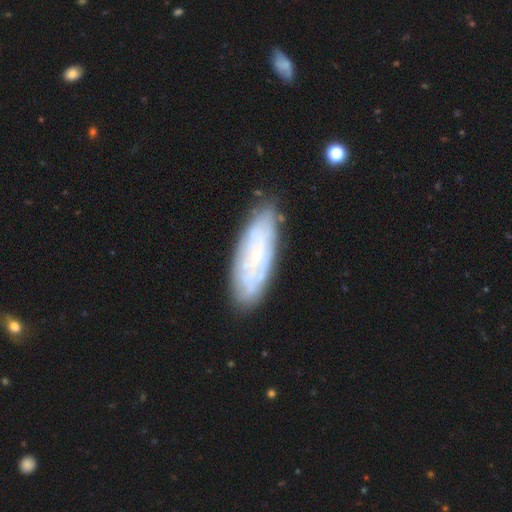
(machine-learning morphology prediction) featured or disk 57%, smooth 35%, star or artifact 8%. Down the decision tree: edge-on disk — no (80%); merging — none (82%).